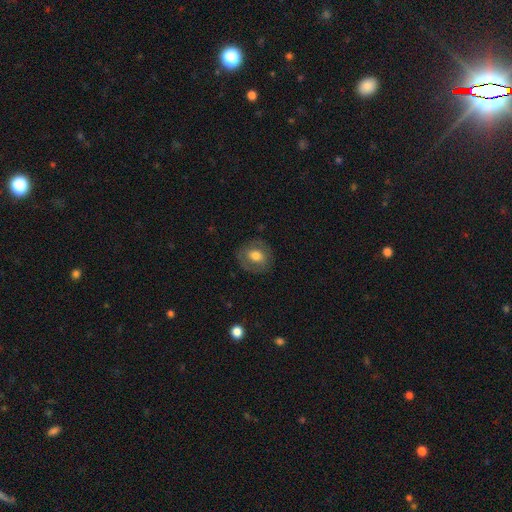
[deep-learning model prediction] Overall: smooth (61%; featured or disk 31%). How rounded: round (69%; in between 30%). Merging: none (80%).